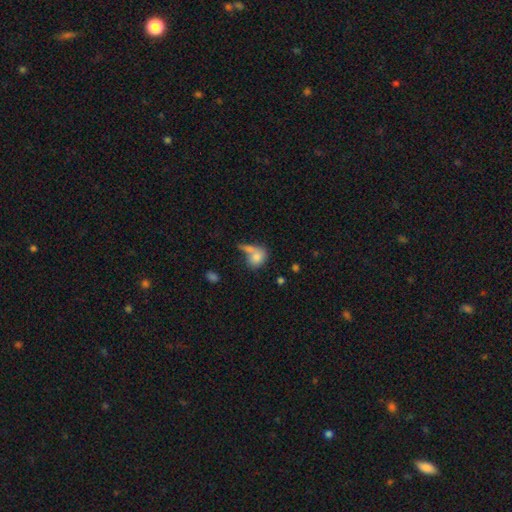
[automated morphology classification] A smooth galaxy with no disk features (77%) that is in between round and cigar-shaped (53%).

Vote fractions:
- Smooth or featured? smooth: 77% / featured or disk: 14% / star or artifact: 9%
- How rounded? in between: 53% / round: 44% / cigar-shaped: 3%
- Merging? merger: 40% / none: 34% / minor disturbance: 14% / major disturbance: 11%